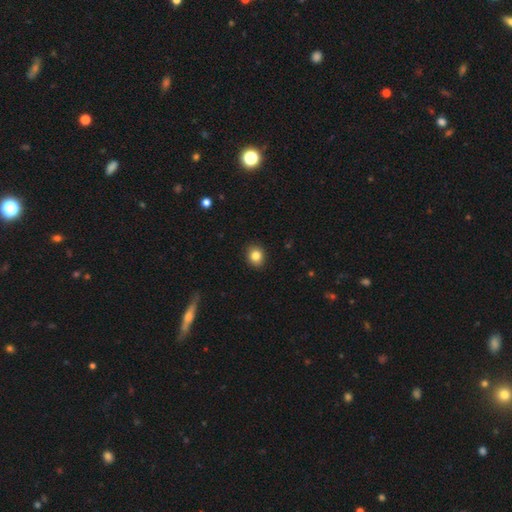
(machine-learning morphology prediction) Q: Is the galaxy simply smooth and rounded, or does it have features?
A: smooth — 85%.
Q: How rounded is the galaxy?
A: round — 67%.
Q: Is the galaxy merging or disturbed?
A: none — 89%.